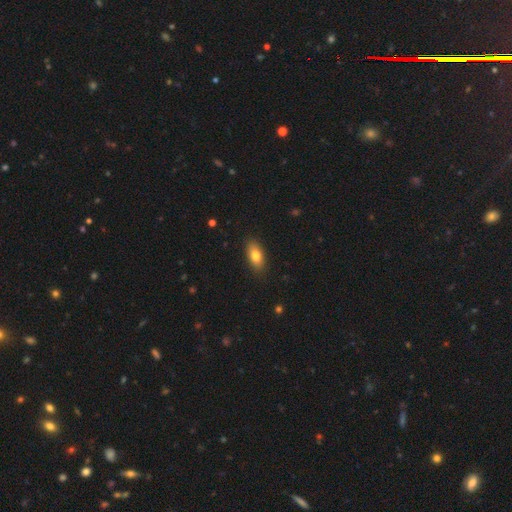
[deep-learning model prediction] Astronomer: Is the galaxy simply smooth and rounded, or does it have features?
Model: smooth — 79%.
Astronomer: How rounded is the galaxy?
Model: in between — 86%.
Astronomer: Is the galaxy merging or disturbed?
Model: none — 88%.